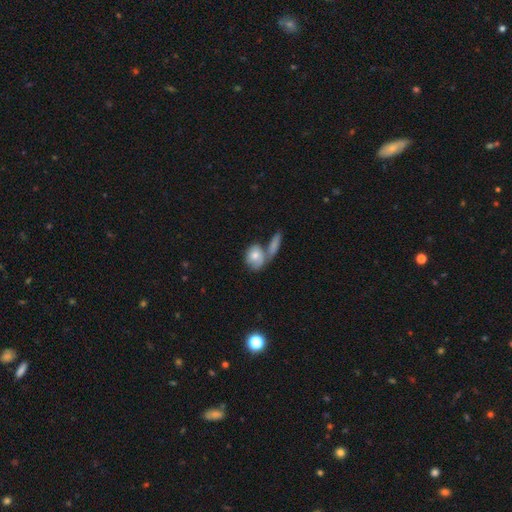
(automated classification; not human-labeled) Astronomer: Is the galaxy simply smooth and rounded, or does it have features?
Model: smooth — 69%.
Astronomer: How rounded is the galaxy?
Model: in between — 54% (runner-up: round, 41%).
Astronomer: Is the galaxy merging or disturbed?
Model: merger — 42% (runner-up: none, 37%).